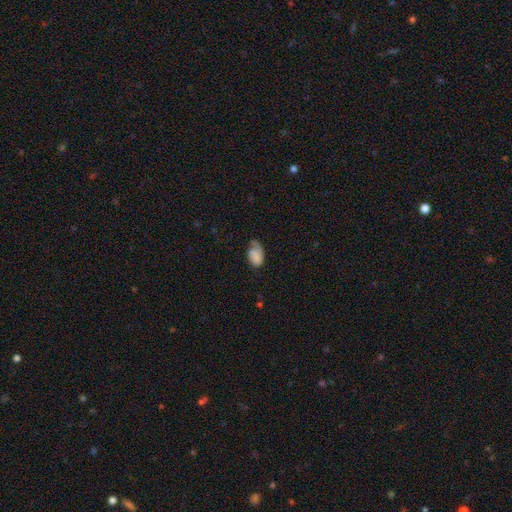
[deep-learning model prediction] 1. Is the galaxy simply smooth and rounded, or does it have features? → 77% smooth, 16% featured or disk, 8% star or artifact.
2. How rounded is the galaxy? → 91% in between, 8% round, 2% cigar-shaped.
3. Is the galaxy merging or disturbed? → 38% minor disturbance, 36% none, 23% major disturbance, 3% merger.